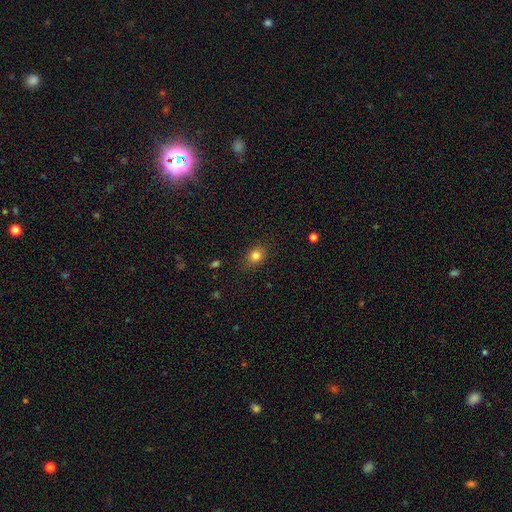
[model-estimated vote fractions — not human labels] Overall: smooth (82%). How rounded: in between (56%; round 43%). Merging: none (83%).